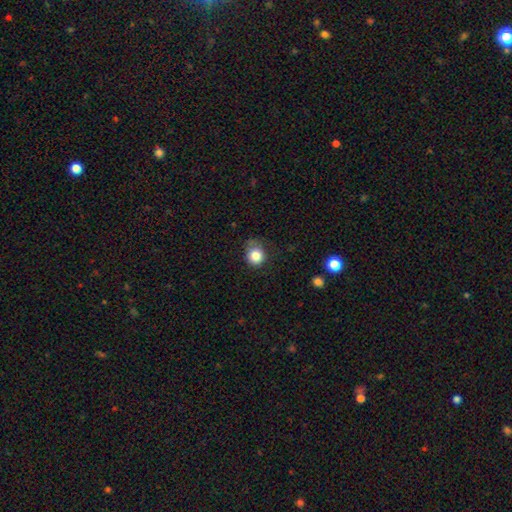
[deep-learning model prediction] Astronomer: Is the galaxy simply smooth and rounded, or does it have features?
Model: smooth — 83%.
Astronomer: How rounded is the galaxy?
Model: round — 77%.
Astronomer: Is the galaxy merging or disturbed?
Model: none — 56%.